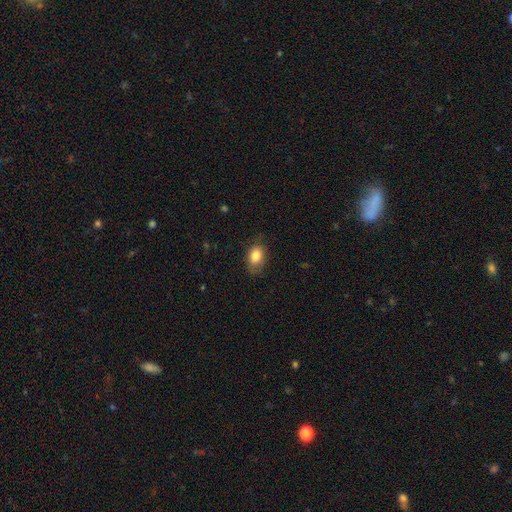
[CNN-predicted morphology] Smooth or featured?
  - smooth: 84% *
  - featured or disk: 8%
  - star or artifact: 8%
How rounded?
  - in between: 83% *
  - round: 16%
  - cigar-shaped: 1%
Merging?
  - none: 74% *
  - minor disturbance: 19%
  - major disturbance: 5%
  - merger: 1%